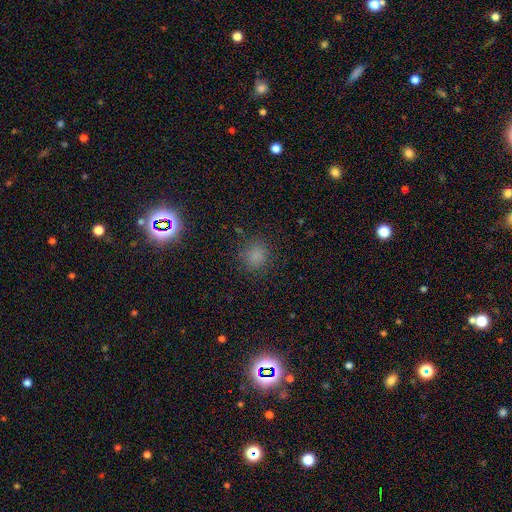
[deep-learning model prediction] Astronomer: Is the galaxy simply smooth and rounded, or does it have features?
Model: smooth — 75%.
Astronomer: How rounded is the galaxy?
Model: round — 83%.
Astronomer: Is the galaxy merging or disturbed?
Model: none — 83%.